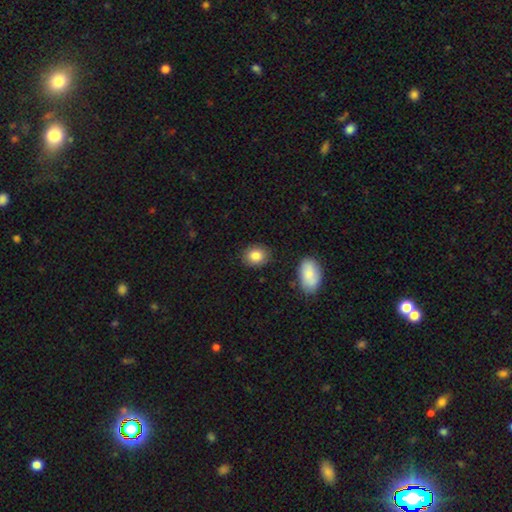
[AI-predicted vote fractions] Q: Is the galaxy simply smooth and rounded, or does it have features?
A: smooth — 85%.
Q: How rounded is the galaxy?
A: round — 56%.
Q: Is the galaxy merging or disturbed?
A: none — 85%.